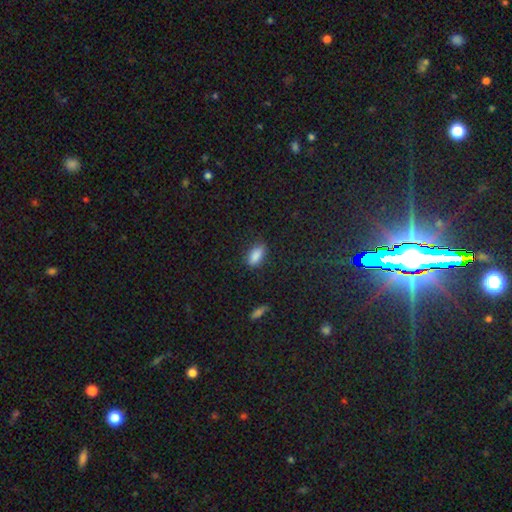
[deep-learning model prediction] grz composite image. It shows a smooth galaxy with no disk features (86%) that is in between round and cigar-shaped (84%). Merging: none (77%).